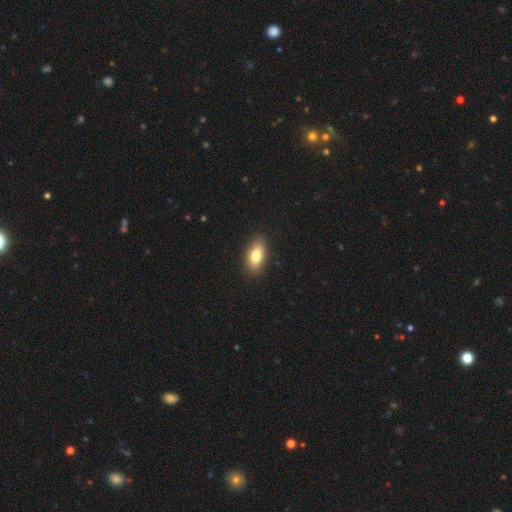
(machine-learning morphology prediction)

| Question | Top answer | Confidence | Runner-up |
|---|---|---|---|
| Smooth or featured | smooth | 77% | featured or disk (16%) |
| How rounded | in between | 84% | cigar-shaped (11%) |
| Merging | none | 87% | minor disturbance (9%) |